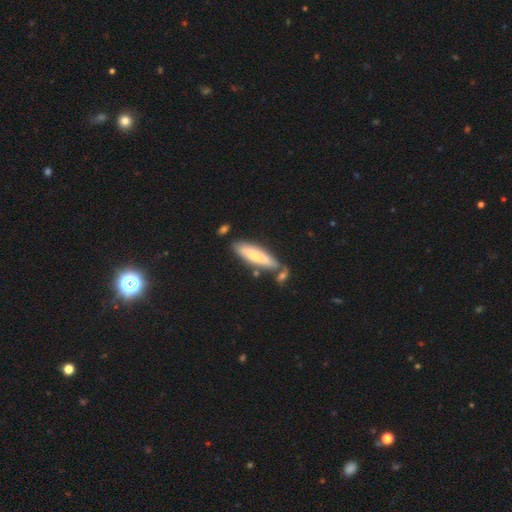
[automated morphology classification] A smooth galaxy with no disk features (67%) that is cigar-shaped (68%).

Vote fractions:
- Smooth or featured? smooth: 67% / featured or disk: 27% / star or artifact: 5%
- How rounded? cigar-shaped: 68% / in between: 31% / round: 1%
- Merging? none: 66% / minor disturbance: 15% / merger: 15% / major disturbance: 4%